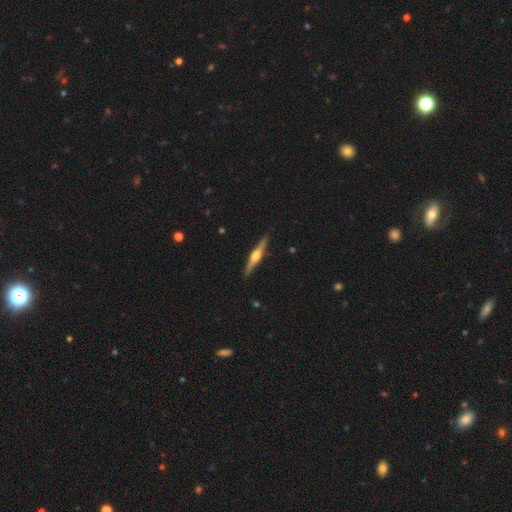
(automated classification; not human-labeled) A featured or disk galaxy (77%) viewed edge-on (98%) with a rounded central bulge (92%). Merging: none (91%).